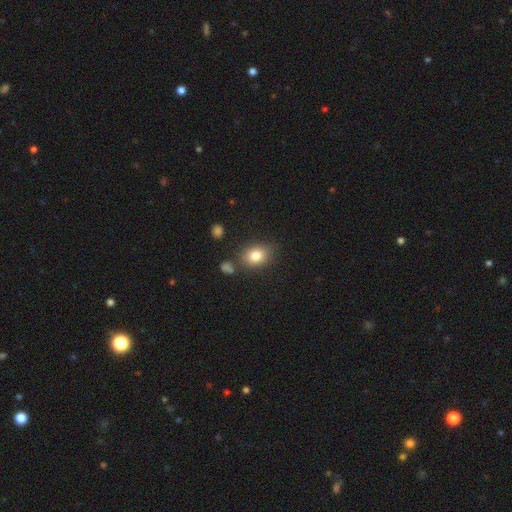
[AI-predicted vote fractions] smooth 81%, star or artifact 10%, featured or disk 9%. Down the decision tree: how rounded — in between (63%); merging — none (77%).